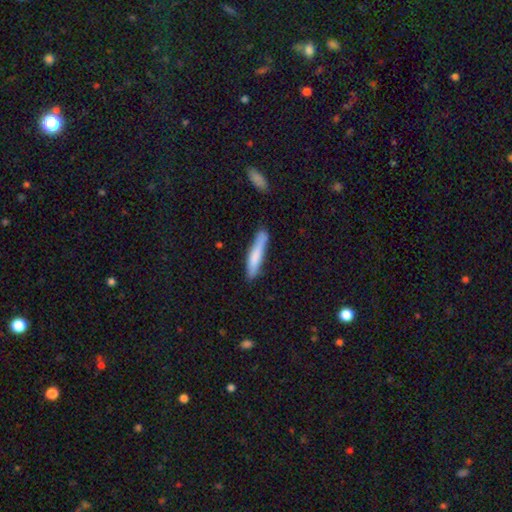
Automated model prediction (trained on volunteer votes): smooth_or_featured: smooth (p=0.76) [alt: featured or disk p=0.19]
how_rounded: cigar-shaped (p=0.89) [alt: in between p=0.09]
merging: none (p=0.72) [alt: minor disturbance p=0.20]